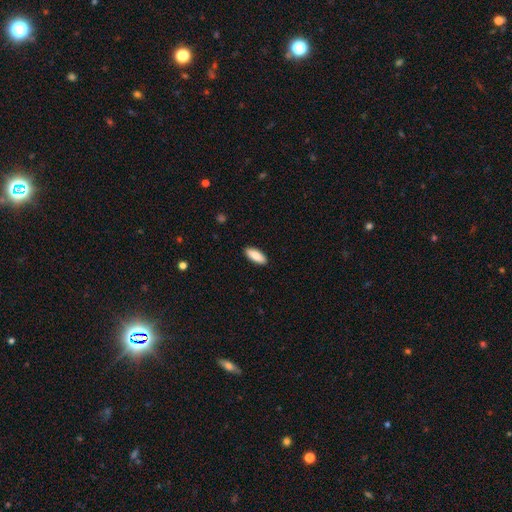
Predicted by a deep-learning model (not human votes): Smooth or featured?
  - smooth: 88% *
  - featured or disk: 7%
  - star or artifact: 6%
How rounded?
  - in between: 75% *
  - cigar-shaped: 23%
  - round: 2%
Merging?
  - none: 90% *
  - minor disturbance: 7%
  - major disturbance: 2%
  - merger: 1%